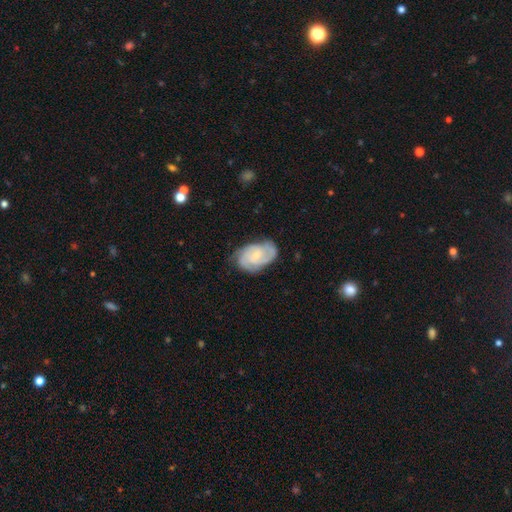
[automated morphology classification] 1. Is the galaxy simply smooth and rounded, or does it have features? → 77% featured or disk, 17% smooth, 5% star or artifact.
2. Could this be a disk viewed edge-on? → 97% no, 3% yes.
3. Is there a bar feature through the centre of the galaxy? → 52% no, 41% weak, 7% strong.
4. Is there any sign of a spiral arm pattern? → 95% yes, 5% no.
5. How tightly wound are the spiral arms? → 52% tight, 40% medium, 9% loose.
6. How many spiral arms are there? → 34% 2 (tied), 34% 3 (tied), 19% can't tell, 7% 4, 4% 1, 4% more than 4.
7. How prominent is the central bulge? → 63% small, 26% moderate, 8% none, 2% large, 1% dominant.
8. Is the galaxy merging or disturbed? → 70% none, 22% minor disturbance, 6% major disturbance, 1% merger.